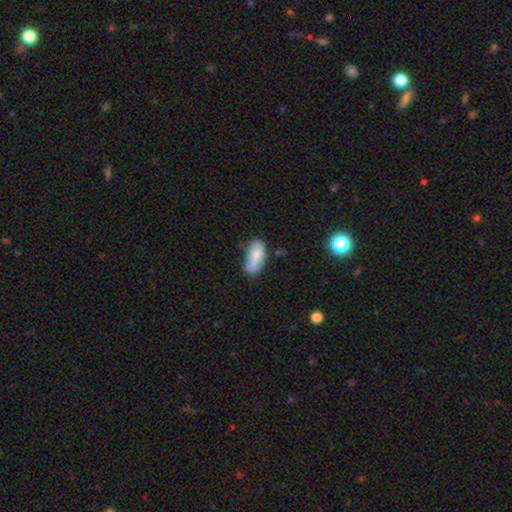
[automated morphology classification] smooth 80%, featured or disk 13%, star or artifact 7%. Down the decision tree: how rounded — in between (89%); merging — none (48%).